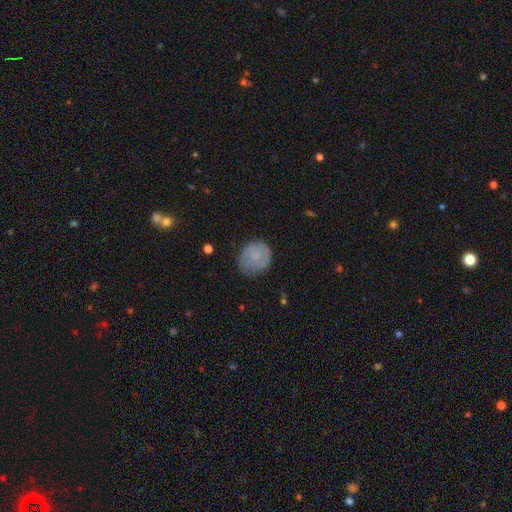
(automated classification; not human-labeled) smooth_or_featured: smooth (p=0.74) [alt: featured or disk p=0.19]
how_rounded: round (p=0.82) [alt: in between p=0.17]
merging: none (p=0.74) [alt: minor disturbance p=0.19]